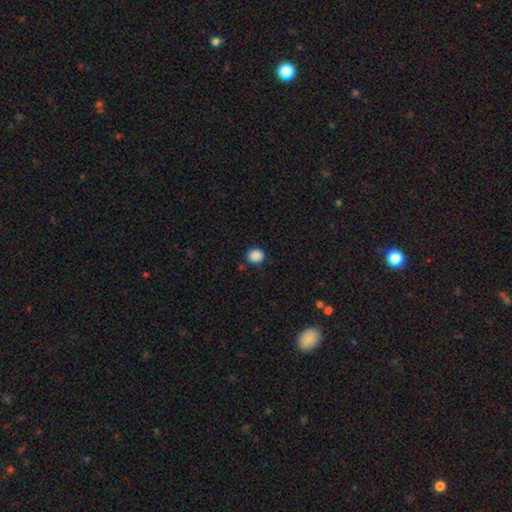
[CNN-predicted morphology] Smooth or featured? smooth (88%)
How rounded? round (79%)
Merging? none (87%)